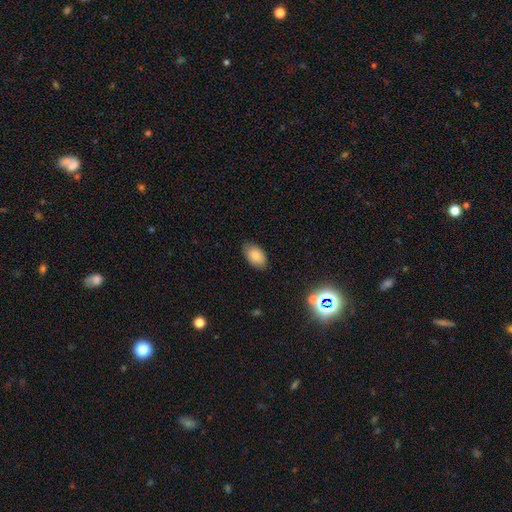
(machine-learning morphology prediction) This is clearly a smooth galaxy (83%). How rounded: clearly in between (92%). Merging: likely none (80%).